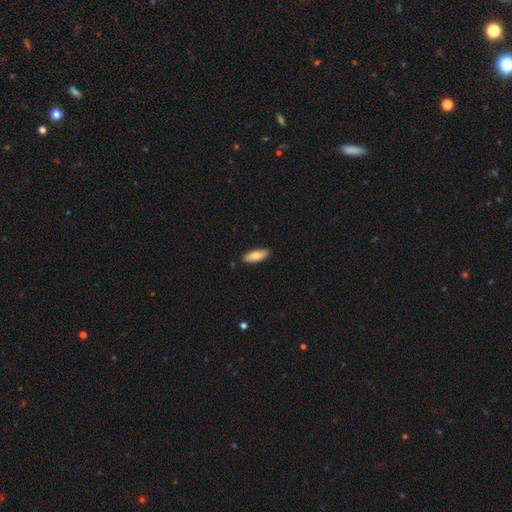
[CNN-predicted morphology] This appears to be a smooth galaxy with no disk features (80%) that is in between round and cigar-shaped (68%). Merging: none (89%).